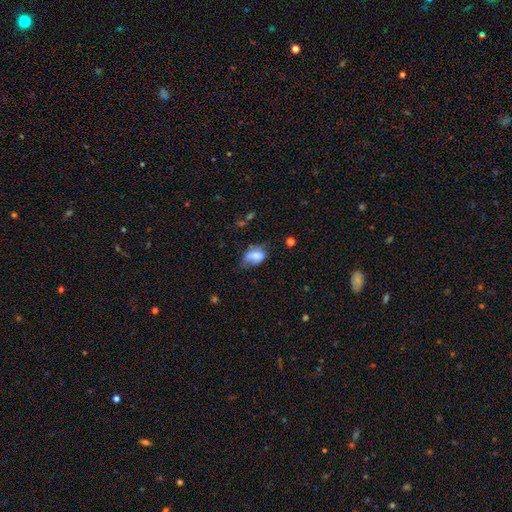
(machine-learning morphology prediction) Overall: smooth (67%). How rounded: in between (84%). Merging: minor disturbance (35%; none 34%).